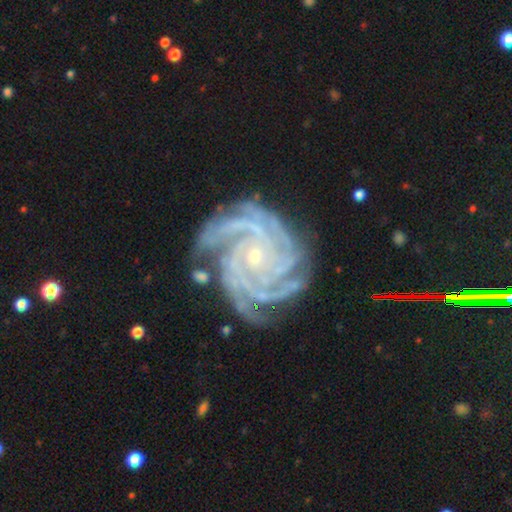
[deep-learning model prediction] Smooth or featured?
  - featured or disk: 92% *
  - star or artifact: 5%
  - smooth: 3%
Edge-on disk?
  - no: 98% *
  - yes: 2%
Bar?
  - no: 72% *
  - weak: 18%
  - strong: 10%
Spiral arms?
  - yes: 99% *
  - no: 1%
Spiral winding?
  - tight: 81% *
  - medium: 17%
  - loose: 2%
Spiral arm count?
  - 4: 36% *
  - more than 4: 25%
  - 3: 14%
  - can't tell: 10%
  - 2: 8%
  - 1: 7%
Bulge size?
  - small: 82% *
  - moderate: 14%
  - none: 2%
  - large: 1%
  - dominant: 1%
Merging?
  - none: 75% *
  - minor disturbance: 17%
  - major disturbance: 6%
  - merger: 2%